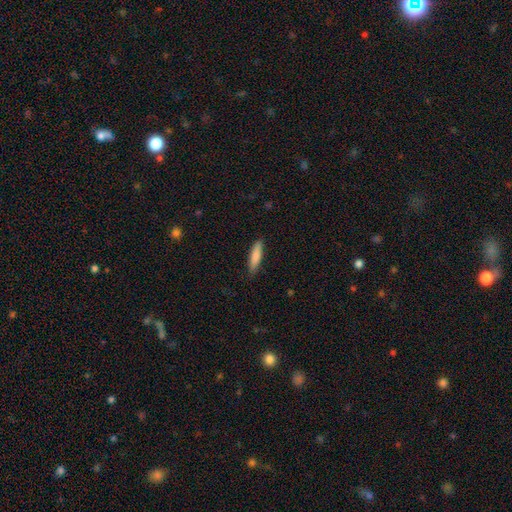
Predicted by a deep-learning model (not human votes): A smooth galaxy with no disk features (83%) that is cigar-shaped (77%).

Vote fractions:
- Smooth or featured? smooth: 83% / featured or disk: 11% / star or artifact: 6%
- How rounded? cigar-shaped: 77% / in between: 22% / round: 1%
- Merging? none: 84% / minor disturbance: 12% / major disturbance: 2% / merger: 1%